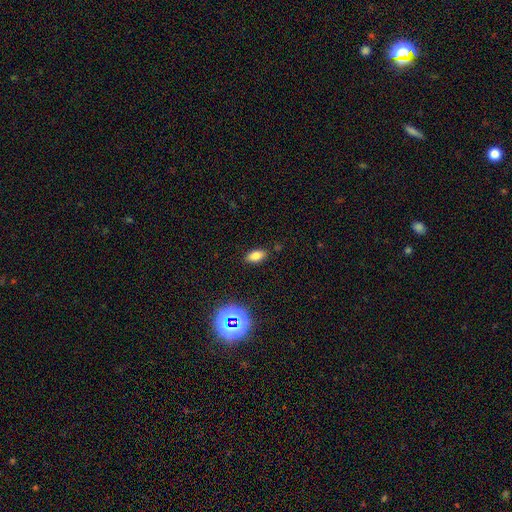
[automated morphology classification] smooth 76%, star or artifact 15%, featured or disk 8%. Down the decision tree: how rounded — in between (89%); merging — none (85%).